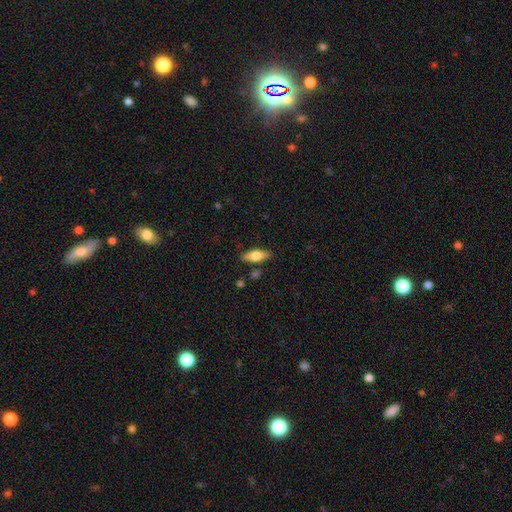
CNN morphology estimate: smooth-or-featured: smooth: 63% | featured or disk: 31% | star or artifact: 6%
  how-rounded: in between: 63% | cigar-shaped: 35% | round: 3%
  merging: none: 83% | minor disturbance: 11% | merger: 3% | major disturbance: 2%